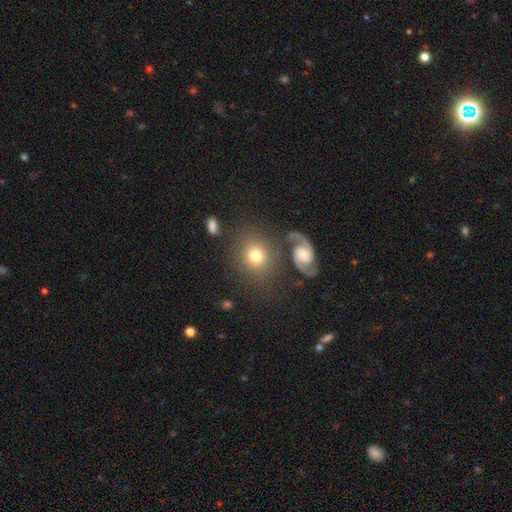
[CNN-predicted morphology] A smooth galaxy with no disk features (68%) that is round (69%). Merging: none (70%).